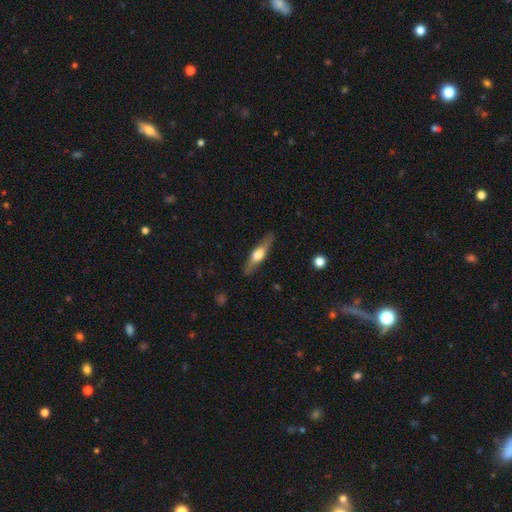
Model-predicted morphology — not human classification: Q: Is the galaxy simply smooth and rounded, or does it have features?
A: featured or disk — 52%.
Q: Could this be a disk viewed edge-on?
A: yes — 89%.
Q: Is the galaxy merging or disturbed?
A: none — 85%.